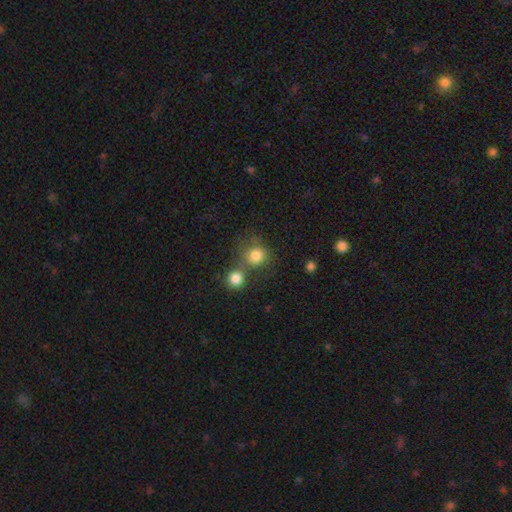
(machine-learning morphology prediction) type=smooth (80%); roundness=round (86%); merging=none (48%).